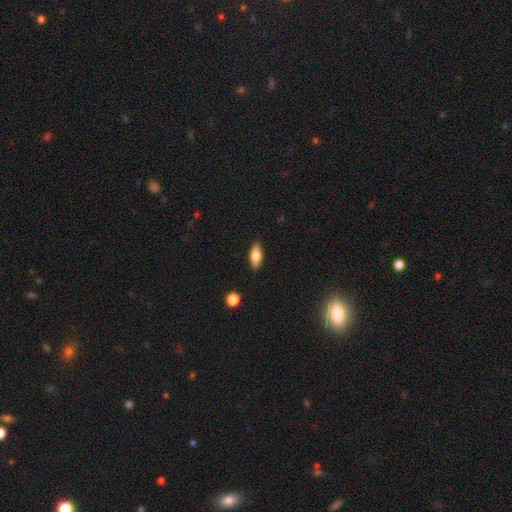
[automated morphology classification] A smooth galaxy with no disk features (70%) that is in between round and cigar-shaped (76%). Merging: none (88%).